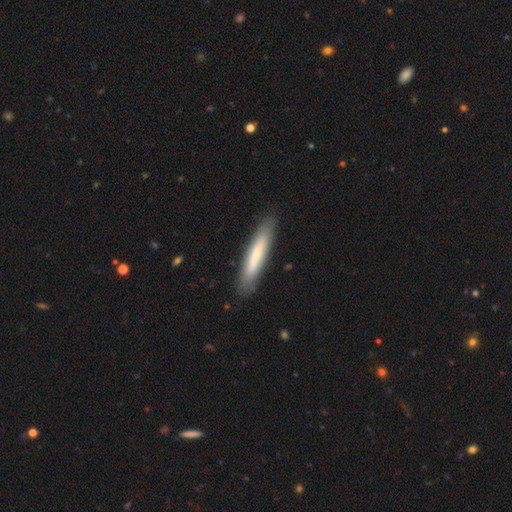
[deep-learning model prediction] This appears to be a smooth galaxy with no disk features (70%) that is cigar-shaped (91%). Merging: none (88%).